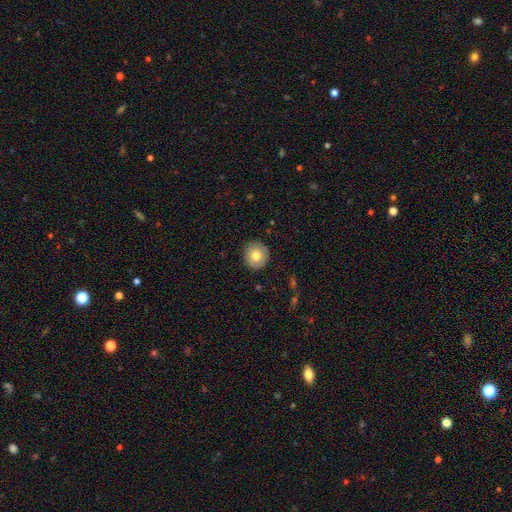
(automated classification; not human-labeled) A smooth galaxy with no disk features (76%) that is round (92%). Merging: none (89%).